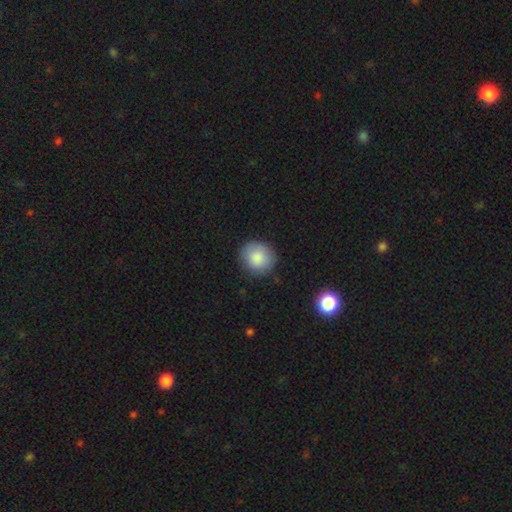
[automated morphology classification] Smooth or featured?
  - smooth: 87% *
  - star or artifact: 7%
  - featured or disk: 6%
How rounded?
  - round: 88% *
  - in between: 11%
  - cigar-shaped: 1%
Merging?
  - none: 86% *
  - minor disturbance: 10%
  - major disturbance: 2%
  - merger: 1%